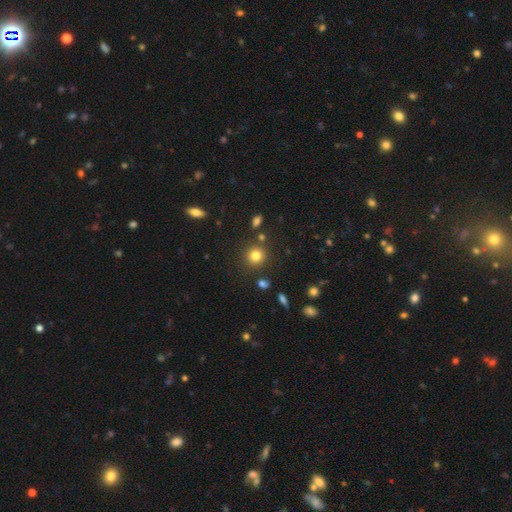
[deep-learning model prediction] Smooth or featured?
  - smooth: 80% *
  - star or artifact: 13%
  - featured or disk: 7%
How rounded?
  - round: 90% *
  - in between: 9%
  - cigar-shaped: 1%
Merging?
  - none: 84% *
  - minor disturbance: 8%
  - merger: 5%
  - major disturbance: 3%